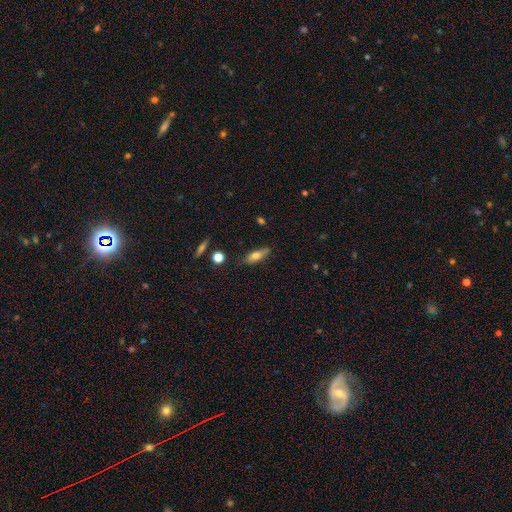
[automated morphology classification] smooth 67%, featured or disk 26%, star or artifact 8%. Down the decision tree: how rounded — in between (52%); merging — none (75%).